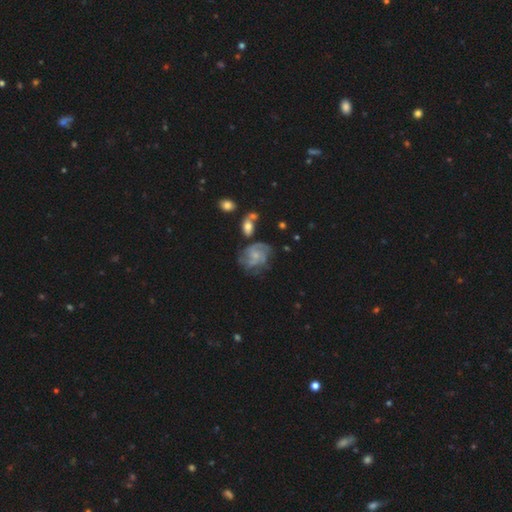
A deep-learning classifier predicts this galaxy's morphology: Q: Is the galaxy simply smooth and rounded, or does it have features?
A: featured or disk — 75%.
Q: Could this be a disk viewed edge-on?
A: no — 98%.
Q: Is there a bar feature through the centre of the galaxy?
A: no — 68%.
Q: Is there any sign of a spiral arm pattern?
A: yes — 88%.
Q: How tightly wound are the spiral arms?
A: medium — 44%.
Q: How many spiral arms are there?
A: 2 — 28%, tied with can't tell and 3.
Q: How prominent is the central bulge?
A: small — 60%.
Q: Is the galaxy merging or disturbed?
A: none — 53%.